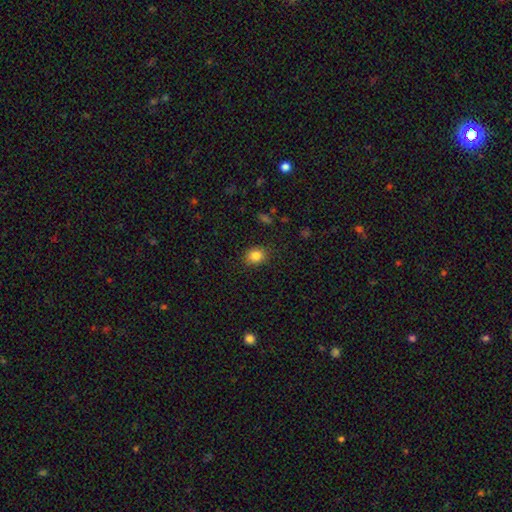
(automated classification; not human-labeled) Overall: smooth (84%). How rounded: round (54%; in between 45%). Merging: none (86%).